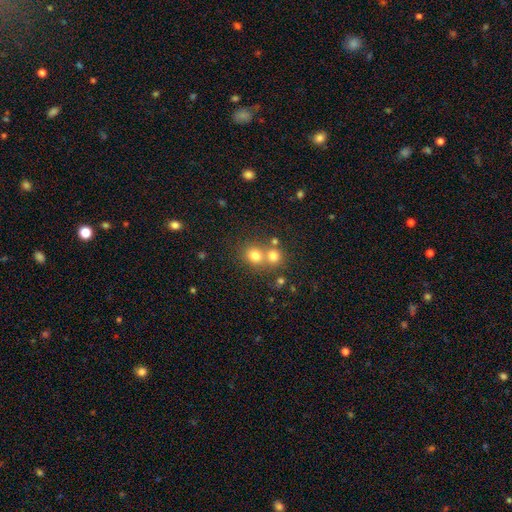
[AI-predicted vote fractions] The model was most divided on "merging": none: 47%, merger: 45%, minor disturbance: 6%, major disturbance: 3%. More confident: how rounded — round (79%); smooth or featured — smooth (74%).